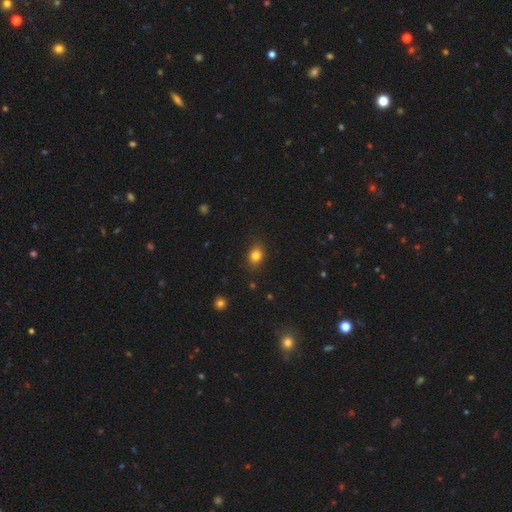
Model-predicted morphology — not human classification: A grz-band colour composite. It shows a smooth galaxy with no disk features (82%) that is in between round and cigar-shaped (56%). Merging: none (84%).